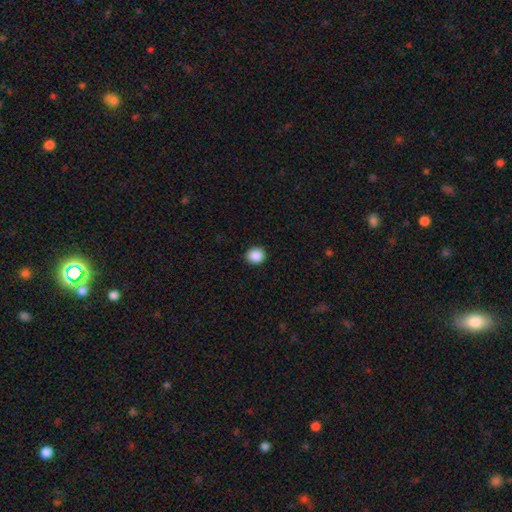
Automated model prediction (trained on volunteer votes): Smooth or featured: smooth — 89% (star or artifact — 9%)
How rounded: round — 86% (in between — 13%)
Merging: none — 92% (minor disturbance — 5%)